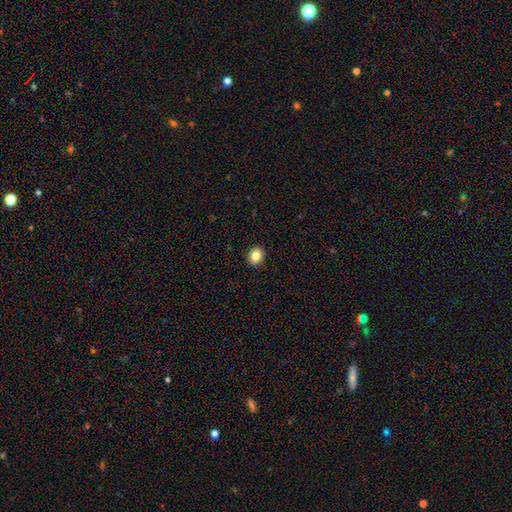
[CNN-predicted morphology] Smooth or featured? smooth (83%)
How rounded? round (74%)
Merging? none (93%)